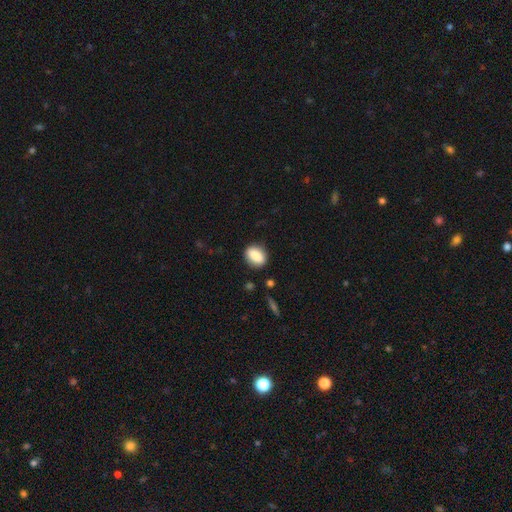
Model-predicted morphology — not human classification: Overall: smooth (83%). How rounded: in between (70%). Merging: none (85%).